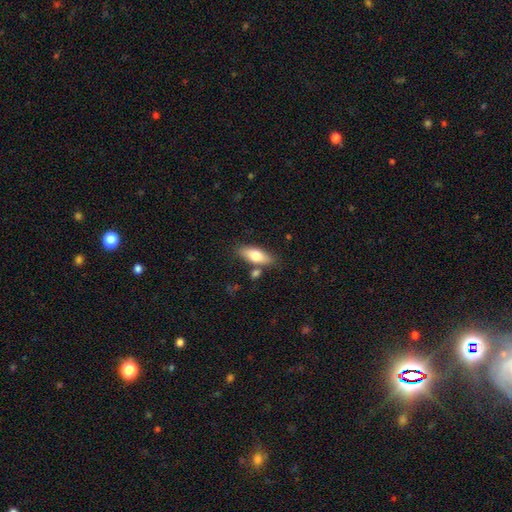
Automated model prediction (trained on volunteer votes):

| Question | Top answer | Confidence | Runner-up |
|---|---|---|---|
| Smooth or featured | smooth | 73% | featured or disk (21%) |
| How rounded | in between | 72% | cigar-shaped (25%) |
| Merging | none | 75% | minor disturbance (13%) |